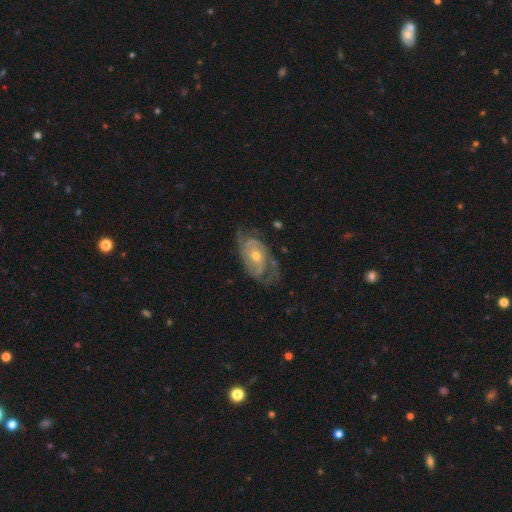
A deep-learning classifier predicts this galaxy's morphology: smooth_or_featured: featured or disk (p=0.85) [alt: smooth p=0.10]
disk_edge_on: no (p=0.95) [alt: yes p=0.05]
bar: no (p=0.71) [alt: weak p=0.23]
has_spiral_arms: yes (p=0.93) [alt: no p=0.07]
spiral_winding: tight (p=0.49) [alt: medium p=0.38]
spiral_arm_count: 2 (p=0.57) [alt: can't tell p=0.19]
bulge_size: moderate (p=0.57) [alt: small p=0.39]
merging: none (p=0.62) [alt: minor disturbance p=0.22]